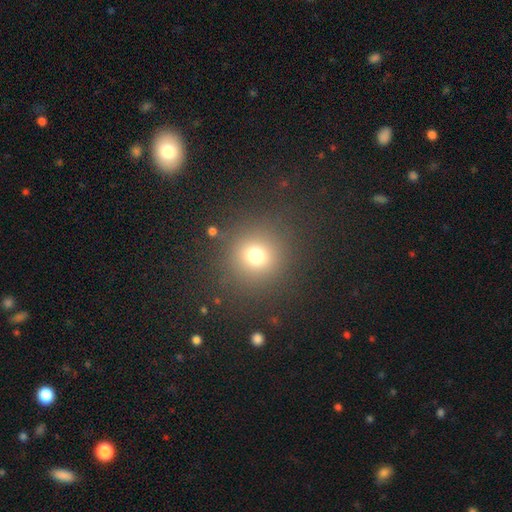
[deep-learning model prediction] smooth-or-featured: smooth: 74% | star or artifact: 18% | featured or disk: 8%
  how-rounded: round: 91% | in between: 8% | cigar-shaped: 1%
  merging: none: 86% | minor disturbance: 7% | major disturbance: 5% | merger: 2%